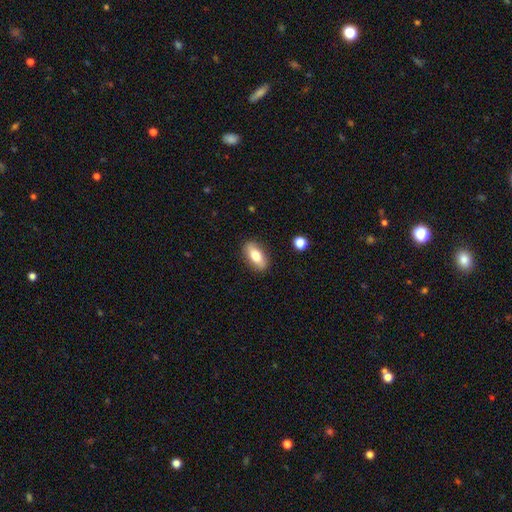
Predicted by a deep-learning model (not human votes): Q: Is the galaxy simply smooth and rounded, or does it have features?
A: smooth — 74%.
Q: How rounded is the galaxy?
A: in between — 83%.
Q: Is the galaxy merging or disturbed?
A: none — 86%.